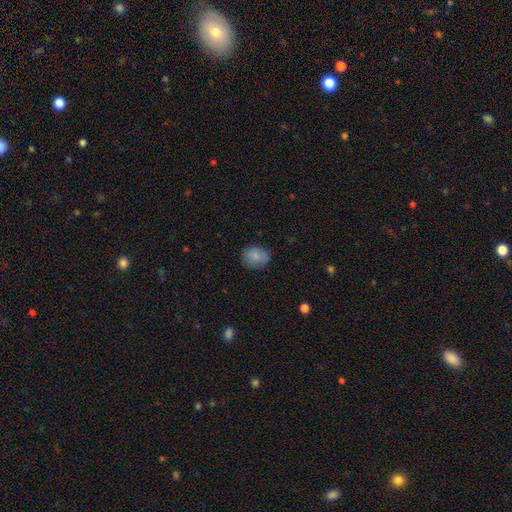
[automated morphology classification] type=smooth (82%); roundness=round (55%); merging=none (76%).